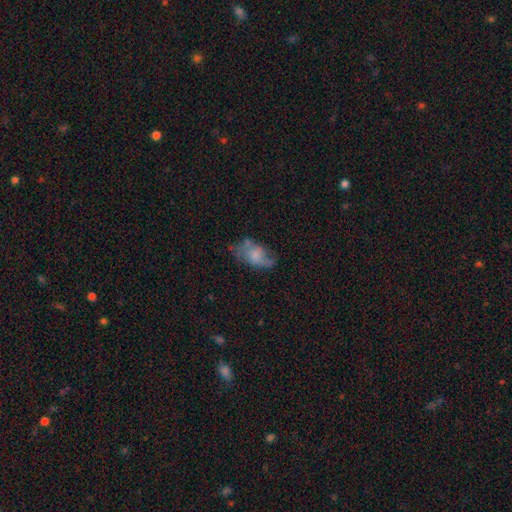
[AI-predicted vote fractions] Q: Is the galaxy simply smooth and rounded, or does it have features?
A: smooth — 47%.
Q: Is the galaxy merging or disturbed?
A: none — 46%.